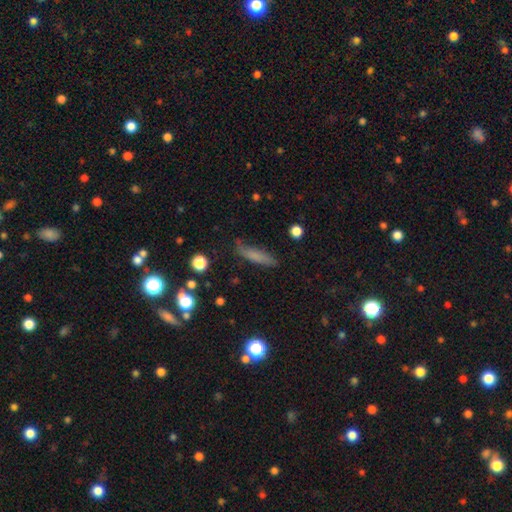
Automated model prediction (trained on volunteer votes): Smooth or featured?
  - smooth: 71% *
  - featured or disk: 19%
  - star or artifact: 10%
How rounded?
  - cigar-shaped: 74% *
  - in between: 23%
  - round: 3%
Merging?
  - none: 71% *
  - minor disturbance: 21%
  - major disturbance: 5%
  - merger: 2%